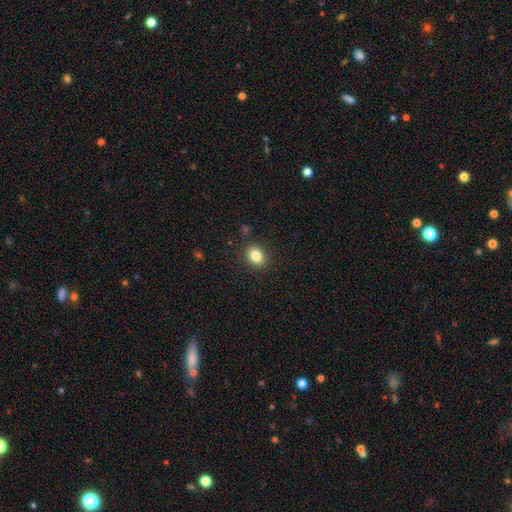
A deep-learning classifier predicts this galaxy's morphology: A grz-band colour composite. It shows a smooth galaxy with no disk features (83%) that is in between round and cigar-shaped (62%). Merging: none (88%).